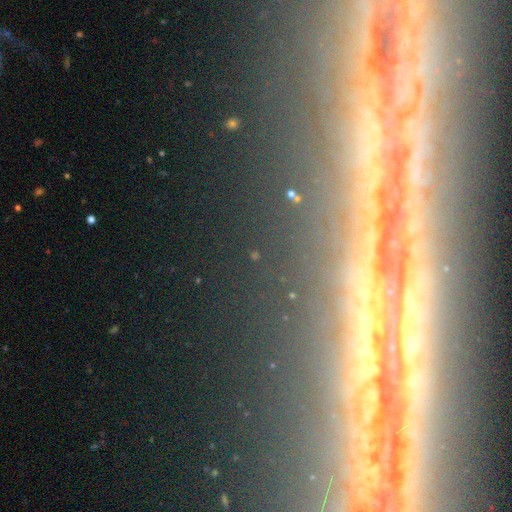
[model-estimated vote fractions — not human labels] Overall: star or artifact (54%; featured or disk 28%).